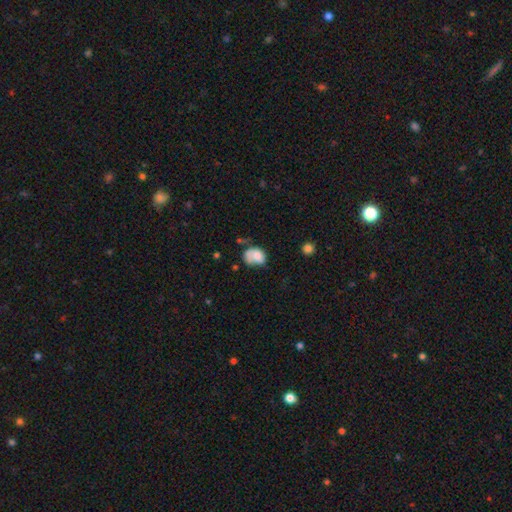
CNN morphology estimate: The model was most divided on "merging": none: 32%, major disturbance: 30%, minor disturbance: 27%, merger: 11%. More confident: how rounded — in between (63%); smooth or featured — smooth (61%).